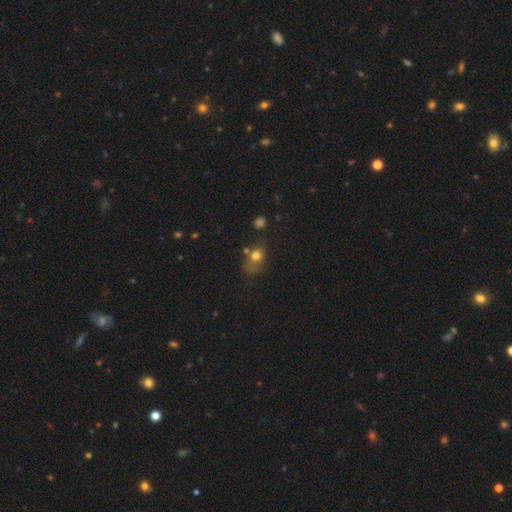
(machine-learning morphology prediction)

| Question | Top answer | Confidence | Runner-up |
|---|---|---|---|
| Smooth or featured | smooth | 70% | featured or disk (15%) |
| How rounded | in between | 51% | round (47%) |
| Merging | none | 37% | minor disturbance (25%) |